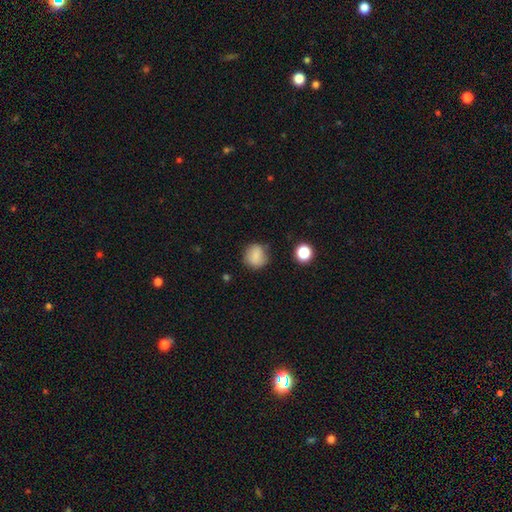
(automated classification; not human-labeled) The model was most divided on "merging": none: 73%, minor disturbance: 19%, major disturbance: 5%, merger: 3%. More confident: how rounded — round (83%); smooth or featured — smooth (82%).